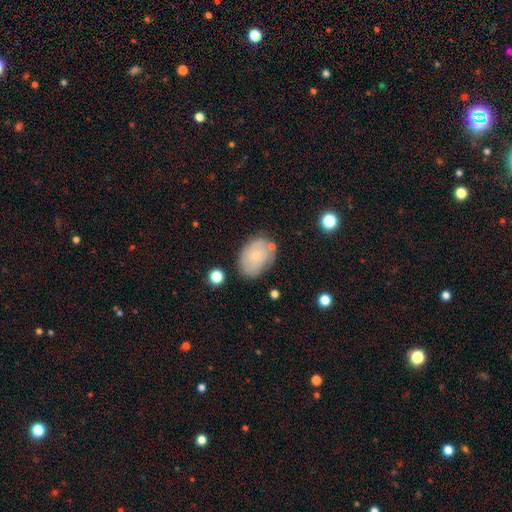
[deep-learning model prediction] Smooth or featured?
  - smooth: 54% *
  - featured or disk: 39%
  - star or artifact: 8%
How rounded?
  - in between: 79% *
  - round: 20%
  - cigar-shaped: 1%
Merging?
  - none: 69% *
  - minor disturbance: 21%
  - major disturbance: 6%
  - merger: 5%